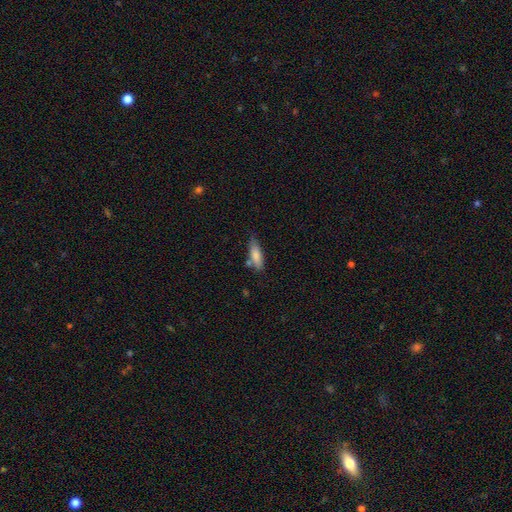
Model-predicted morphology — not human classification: This appears to be a smooth galaxy with no disk features (79%) that is cigar-shaped (50%). Merging: none (65%).